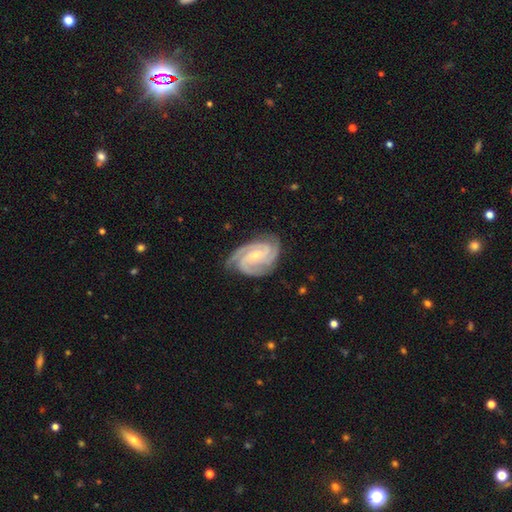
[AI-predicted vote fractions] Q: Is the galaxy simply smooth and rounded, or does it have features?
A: featured or disk — 92%.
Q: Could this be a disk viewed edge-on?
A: no — 98%.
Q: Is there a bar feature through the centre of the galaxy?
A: no — 49%.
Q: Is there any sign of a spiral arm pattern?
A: yes — 99%.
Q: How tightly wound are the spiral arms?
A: tight — 67%.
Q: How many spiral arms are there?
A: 3 — 58%.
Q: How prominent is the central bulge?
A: small — 64%.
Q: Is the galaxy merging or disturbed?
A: none — 78%.